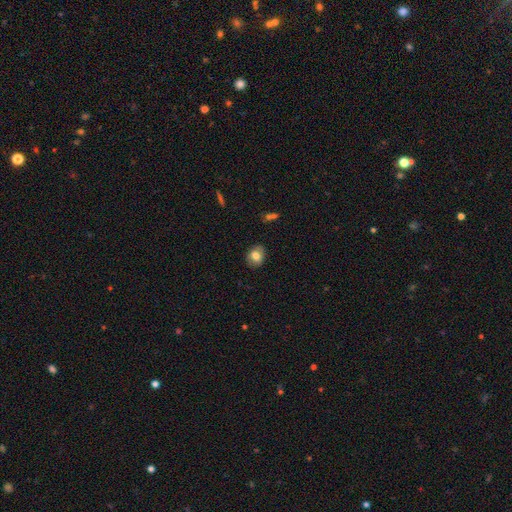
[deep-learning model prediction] Smooth or featured? smooth (74%)
How rounded? round (53%)
Merging? none (84%)